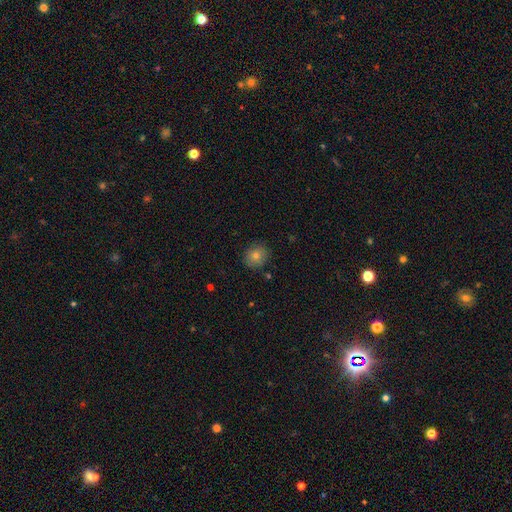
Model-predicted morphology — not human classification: smooth-or-featured: smooth: 75% | star or artifact: 13% | featured or disk: 12%
  how-rounded: round: 85% | in between: 14% | cigar-shaped: 1%
  merging: none: 87% | minor disturbance: 10% | major disturbance: 2% | merger: 1%